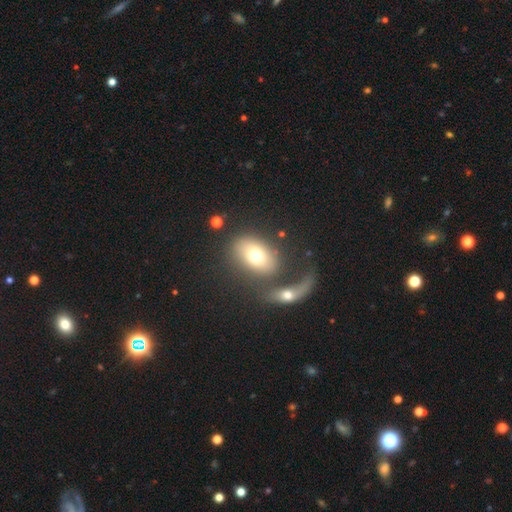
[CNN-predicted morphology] The model was most divided on "merging": none: 49%, merger: 27%, major disturbance: 13%, minor disturbance: 11%. More confident: how rounded — in between (75%); smooth or featured — smooth (68%).